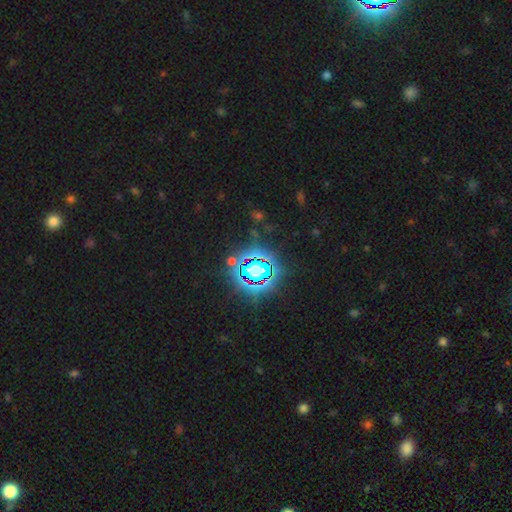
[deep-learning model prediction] Morphology: type=star or artifact (80%).